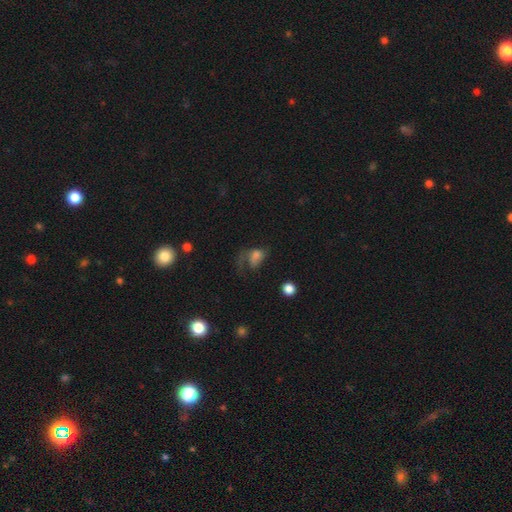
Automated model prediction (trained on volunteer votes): This is possibly a smooth galaxy (56%). How rounded: likely in between (73%). Merging: possibly major disturbance (55%).